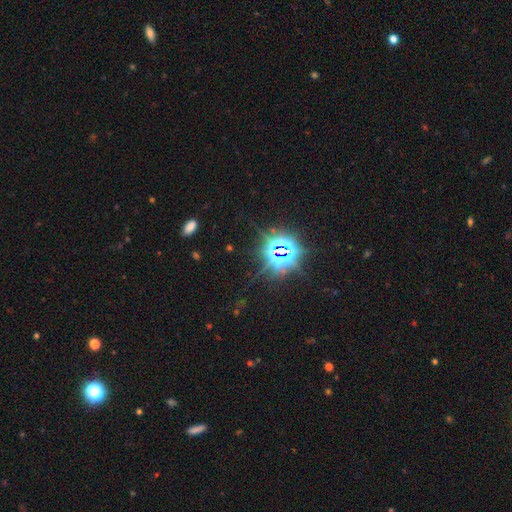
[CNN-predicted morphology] Smooth or featured? star or artifact (84%)